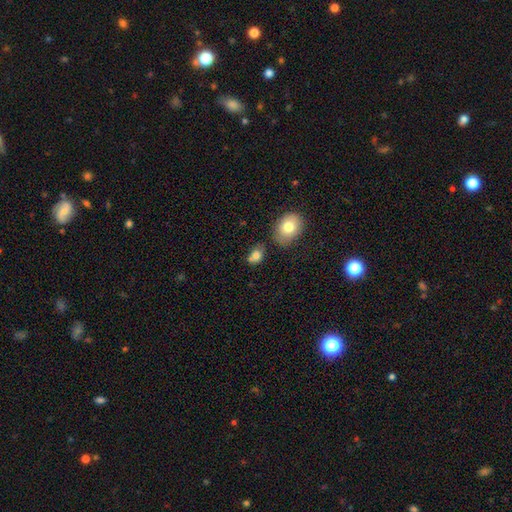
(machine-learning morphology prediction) Smooth or featured: smooth — 80% (featured or disk — 10%)
How rounded: in between — 68% (round — 30%)
Merging: none — 48% (merger — 22%)